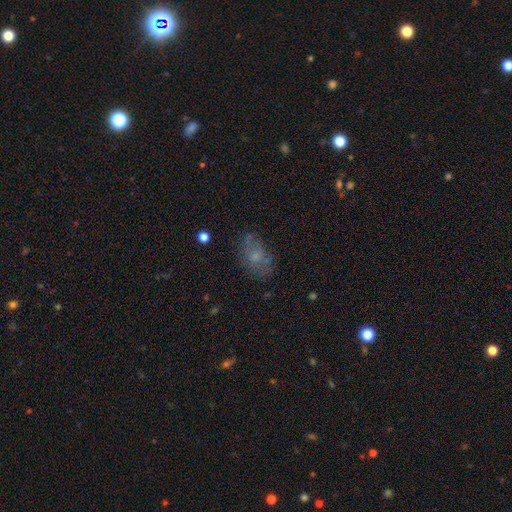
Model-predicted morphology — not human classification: smooth 58%, featured or disk 30%, star or artifact 12%. Down the decision tree: how rounded — in between (84%); merging — none (61%).